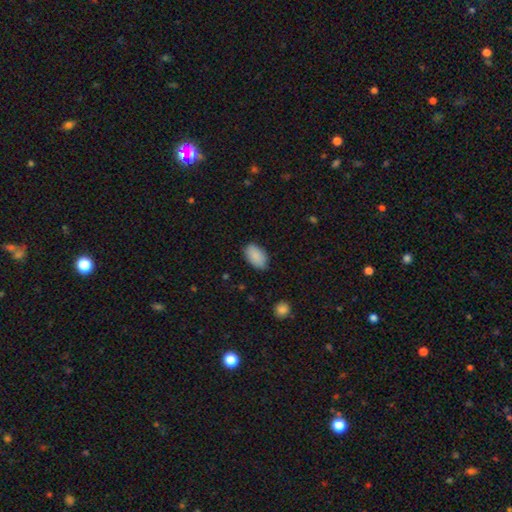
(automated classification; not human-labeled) Smooth or featured? smooth (89%)
How rounded? in between (92%)
Merging? none (81%)